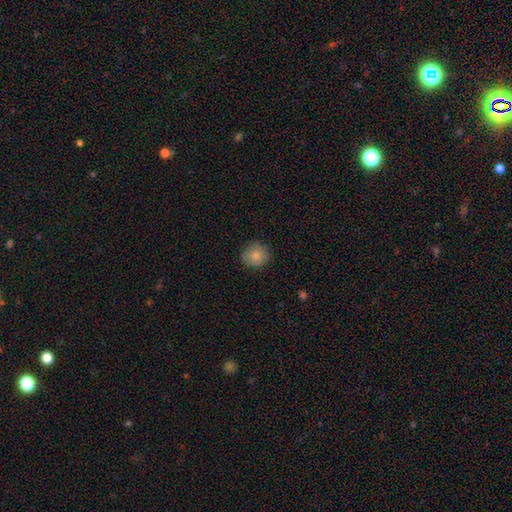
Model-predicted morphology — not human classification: A smooth galaxy with no disk features (83%) that is round (85%).

Vote fractions:
- Smooth or featured? smooth: 83% / featured or disk: 9% / star or artifact: 8%
- How rounded? round: 85% / in between: 14% / cigar-shaped: 1%
- Merging? none: 83% / minor disturbance: 13% / major disturbance: 3% / merger: 1%